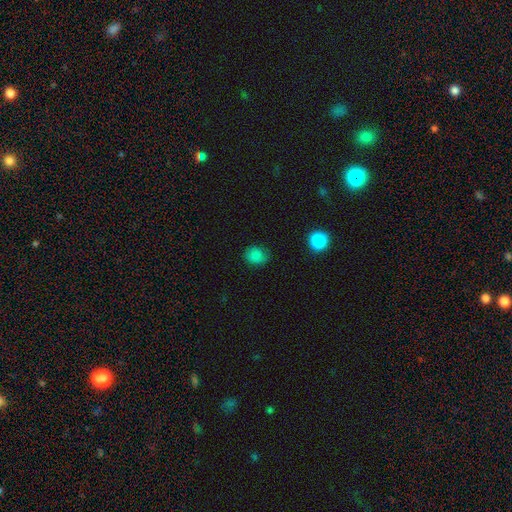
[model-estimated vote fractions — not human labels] This appears to be a smooth galaxy with no disk features (84%) that is round (72%). Merging: none (78%).